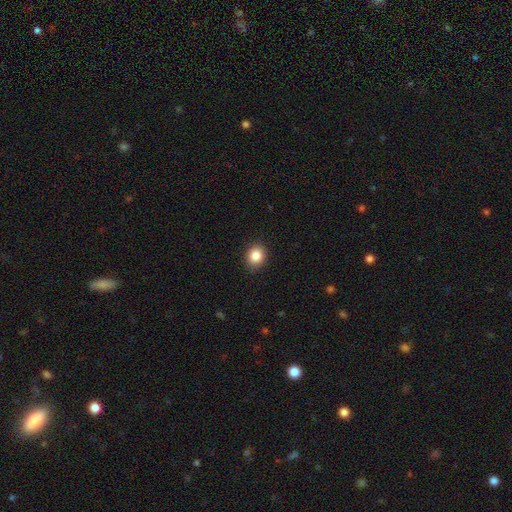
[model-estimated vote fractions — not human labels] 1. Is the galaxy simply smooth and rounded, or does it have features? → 86% smooth, 9% star or artifact, 5% featured or disk.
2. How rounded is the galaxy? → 71% round, 28% in between, 1% cigar-shaped.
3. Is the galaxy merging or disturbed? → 89% none, 8% minor disturbance, 2% major disturbance, 1% merger.